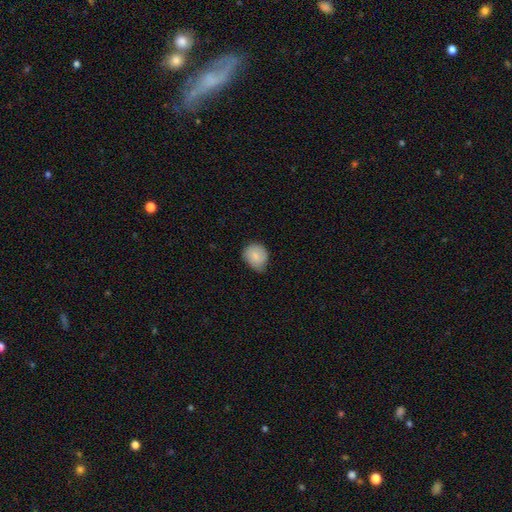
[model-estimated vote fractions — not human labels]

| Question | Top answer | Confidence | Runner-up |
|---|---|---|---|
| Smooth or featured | smooth | 82% | featured or disk (11%) |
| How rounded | round | 67% | in between (32%) |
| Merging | none | 57% | minor disturbance (36%) |